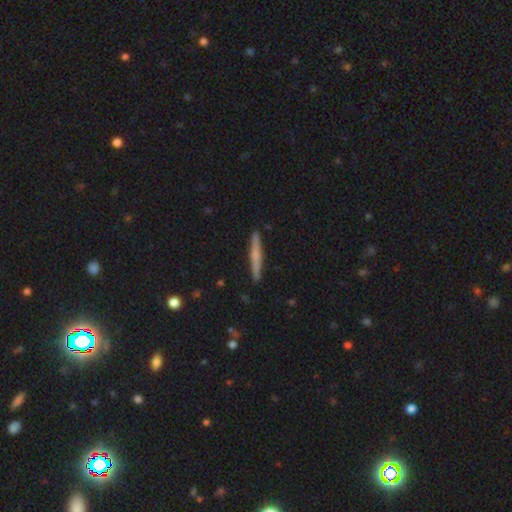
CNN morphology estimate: smooth 47% (tied), featured or disk 47% (tied), star or artifact 6%. Down the decision tree: merging — none (91%).